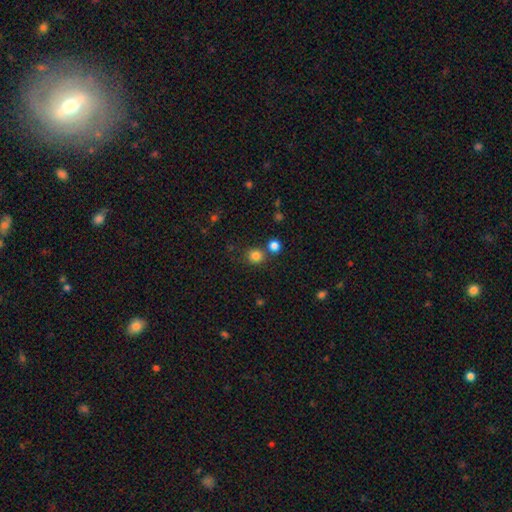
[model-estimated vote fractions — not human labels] Morphology: type=smooth (81%); roundness=round (88%); merging=none (73%).